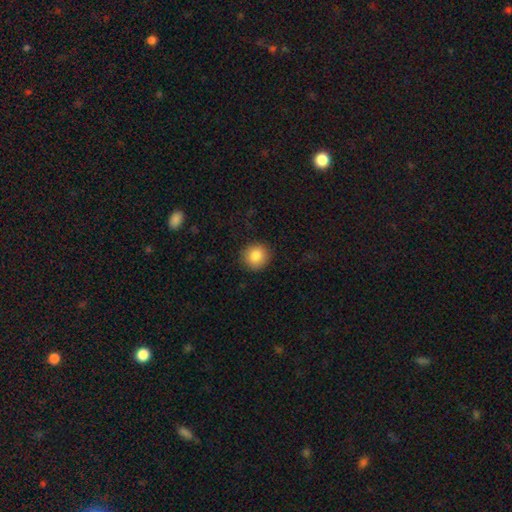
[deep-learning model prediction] A smooth galaxy with no disk features (86%) that is round (88%). Merging: none (90%).